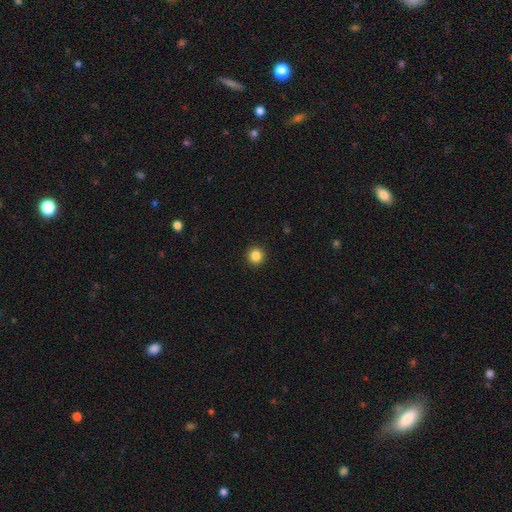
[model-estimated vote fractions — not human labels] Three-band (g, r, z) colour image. It shows a smooth galaxy with no disk features (85%) that is round (93%). Merging: none (93%).